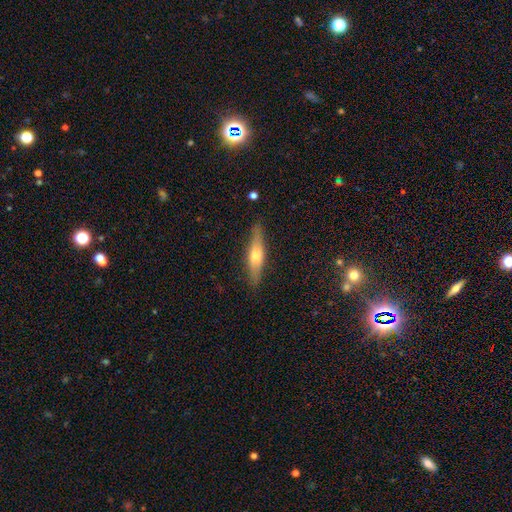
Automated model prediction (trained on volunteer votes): Smooth or featured? Predicted: featured or disk (p=0.55). Edge-on disk? Predicted: yes (p=0.93). Edge-on bulge? Predicted: rounded (p=0.89). Merging? Predicted: none (p=0.87).